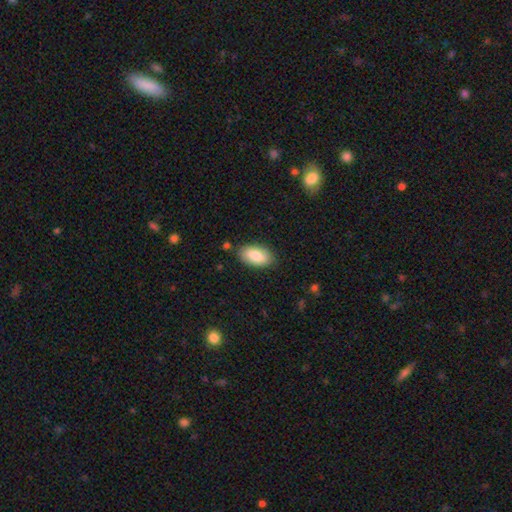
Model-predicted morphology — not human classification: This appears to be a smooth galaxy with no disk features (84%) that is in between round and cigar-shaped (94%). Merging: none (85%).